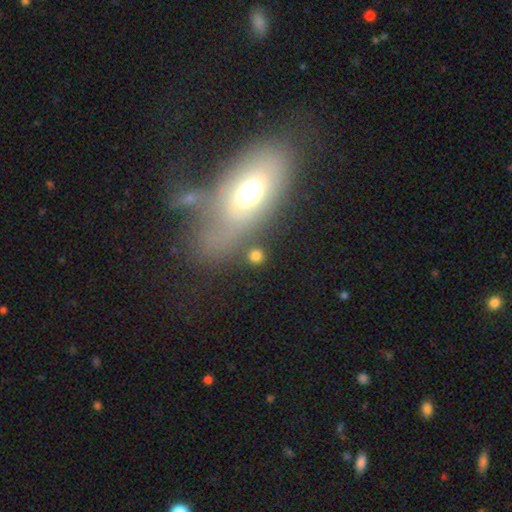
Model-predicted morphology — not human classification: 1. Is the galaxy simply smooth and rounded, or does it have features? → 74% smooth, 17% star or artifact, 9% featured or disk.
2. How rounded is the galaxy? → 83% round, 15% in between, 2% cigar-shaped.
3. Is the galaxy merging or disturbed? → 81% none, 8% minor disturbance, 7% merger, 4% major disturbance.